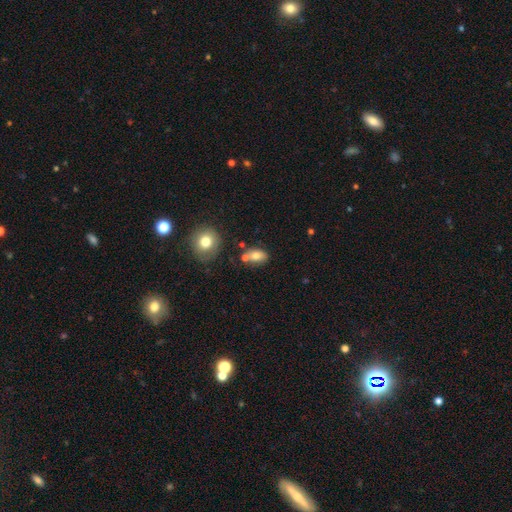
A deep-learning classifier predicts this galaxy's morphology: type=smooth (76%); roundness=in between (81%); merging=none (61%).